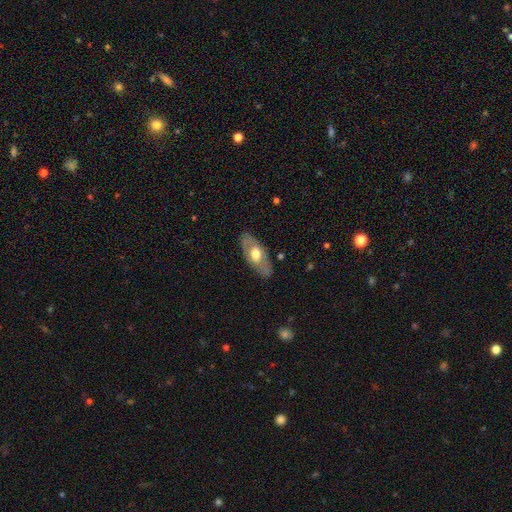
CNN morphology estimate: This appears to be a smooth galaxy with no disk features (48%). Merging: none (82%).